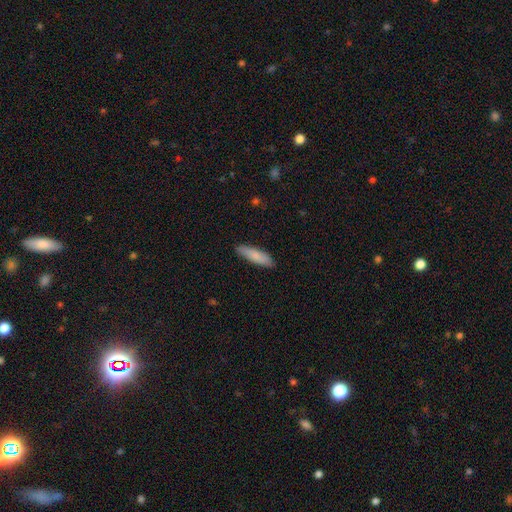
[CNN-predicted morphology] This is clearly a smooth galaxy (84%). How rounded: likely cigar-shaped (64%). Merging: clearly none (88%).